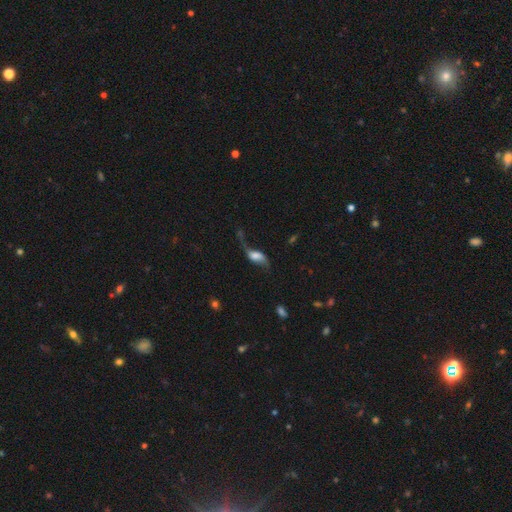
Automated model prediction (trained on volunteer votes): smooth_or_featured: featured or disk (p=0.65) [alt: smooth p=0.25]
disk_edge_on: no (p=0.89) [alt: yes p=0.11]
bar: no (p=0.46) [alt: weak p=0.38]
has_spiral_arms: yes (p=0.88) [alt: no p=0.12]
spiral_winding: loose (p=0.91) [alt: medium p=0.07]
spiral_arm_count: 2 (p=0.83) [alt: 1 p=0.12]
bulge_size: moderate (p=0.29) [alt: large p=0.27]
merging: none (p=0.42) [alt: major disturbance p=0.29]